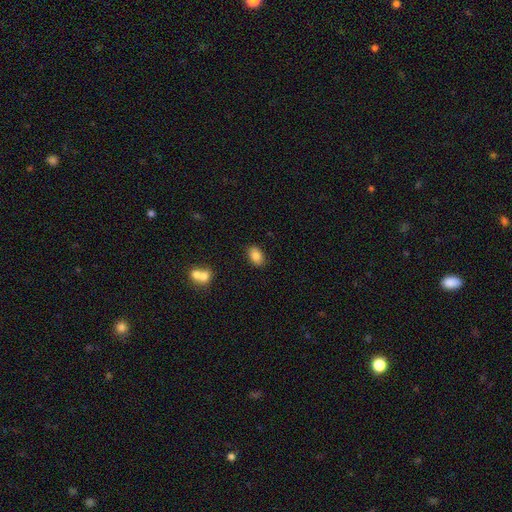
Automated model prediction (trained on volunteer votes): This is clearly a smooth galaxy (84%). How rounded: clearly in between (87%). Merging: clearly none (84%).